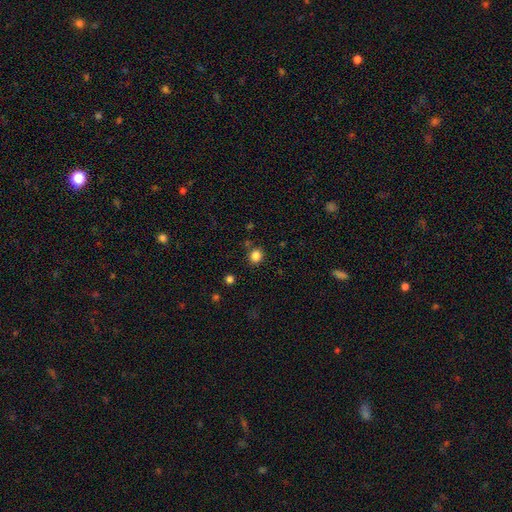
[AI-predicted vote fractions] A smooth galaxy with no disk features (83%) that is round (83%). Merging: none (83%).